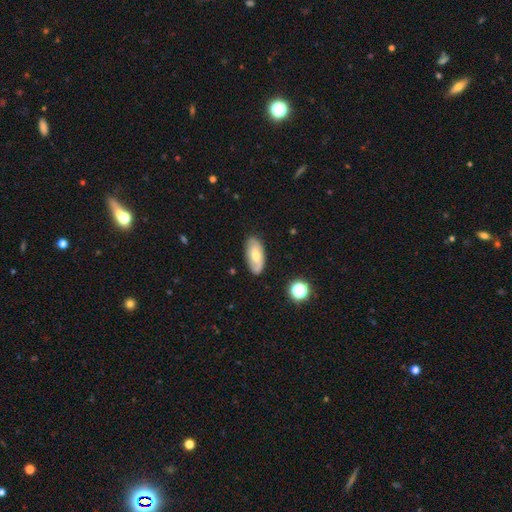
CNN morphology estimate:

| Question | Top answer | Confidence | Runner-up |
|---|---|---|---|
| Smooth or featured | smooth | 51% | featured or disk (42%) |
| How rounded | in between | 90% | cigar-shaped (7%) |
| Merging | none | 79% | minor disturbance (16%) |